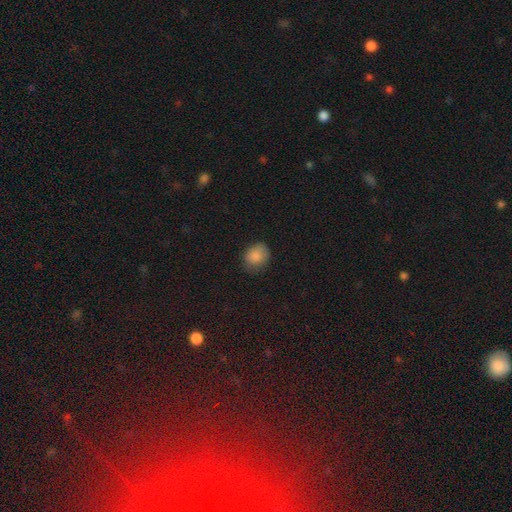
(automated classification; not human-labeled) Smooth or featured: smooth — 85% (star or artifact — 9%)
How rounded: round — 61% (in between — 38%)
Merging: none — 70% (minor disturbance — 24%)